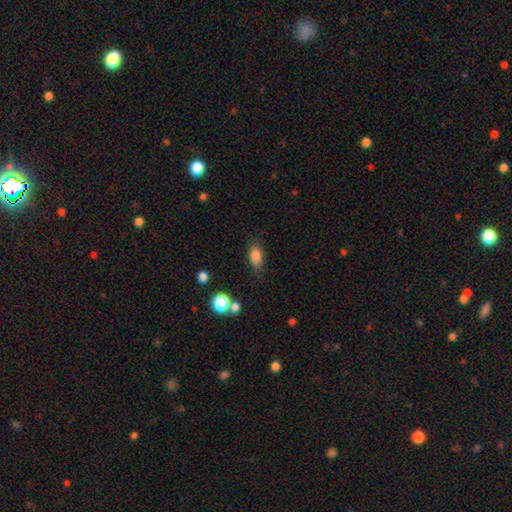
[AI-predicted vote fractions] smooth 83%, star or artifact 10%, featured or disk 7%. Down the decision tree: how rounded — in between (85%); merging — none (78%).